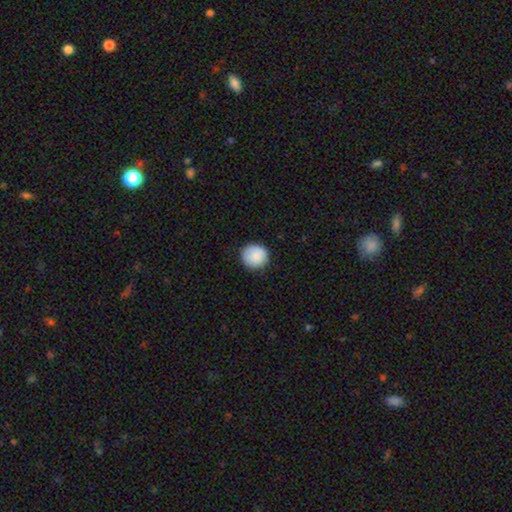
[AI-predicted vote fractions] Q: Smooth or featured?
A: smooth (88%); runner-up: star or artifact (7%)
Q: How rounded?
A: round (93%); runner-up: in between (6%)
Q: Merging?
A: none (88%); runner-up: minor disturbance (10%)